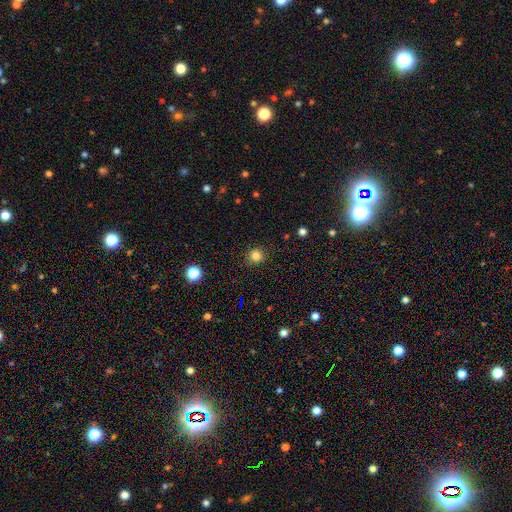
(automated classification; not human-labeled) This appears to be a smooth galaxy with no disk features (83%) that is round (92%). Merging: none (89%).